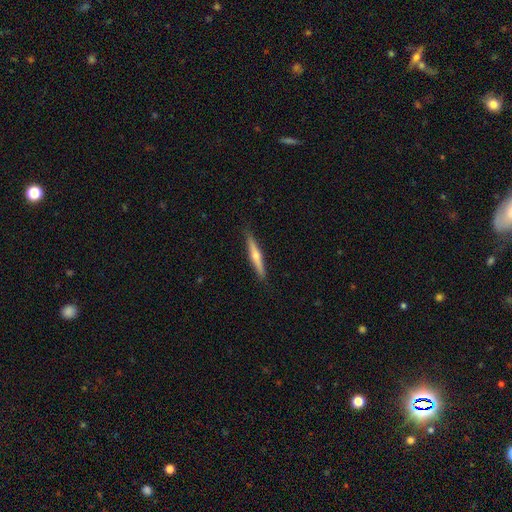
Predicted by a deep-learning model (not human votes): smooth-or-featured: featured or disk: 56% | smooth: 39% | star or artifact: 5%
  disk-edge-on: yes: 97% | no: 3%
    edge-on-bulge: rounded: 86% | none: 11% | boxy: 3%
  merging: none: 89% | minor disturbance: 8% | major disturbance: 2% | merger: 1%